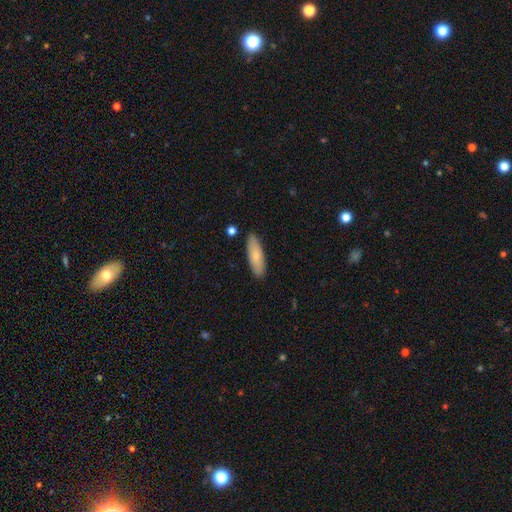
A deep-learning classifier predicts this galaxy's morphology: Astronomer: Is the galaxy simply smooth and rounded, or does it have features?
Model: smooth — 76%.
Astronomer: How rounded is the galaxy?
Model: in between — 50% (runner-up: cigar-shaped, 48%).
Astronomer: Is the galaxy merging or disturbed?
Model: none — 87%.